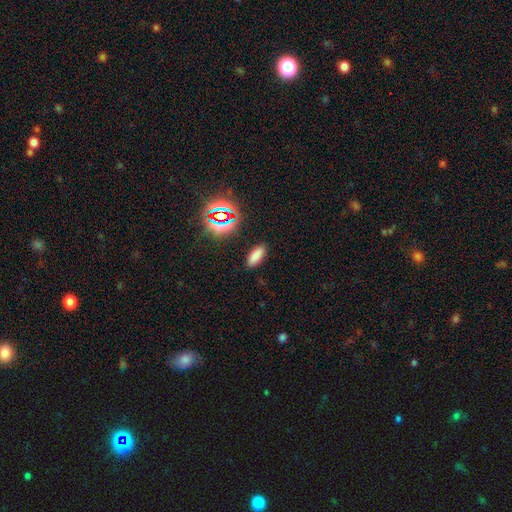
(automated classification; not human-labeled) smooth 77%, star or artifact 17%, featured or disk 6%. Down the decision tree: how rounded — in between (75%); merging — none (89%).